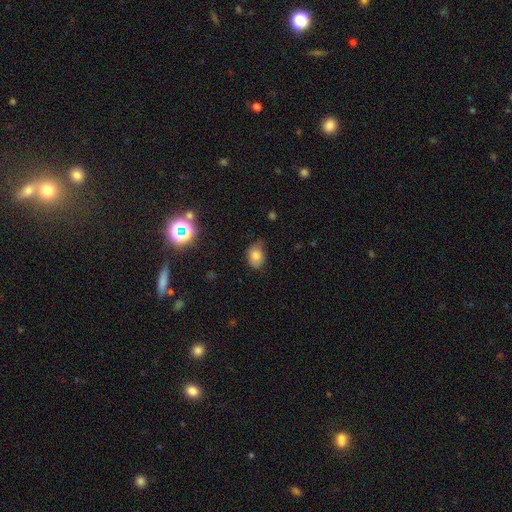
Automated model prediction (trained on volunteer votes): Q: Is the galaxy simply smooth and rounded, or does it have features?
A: smooth — 78%.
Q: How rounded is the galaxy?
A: in between — 69%.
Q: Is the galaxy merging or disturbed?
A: none — 63%.